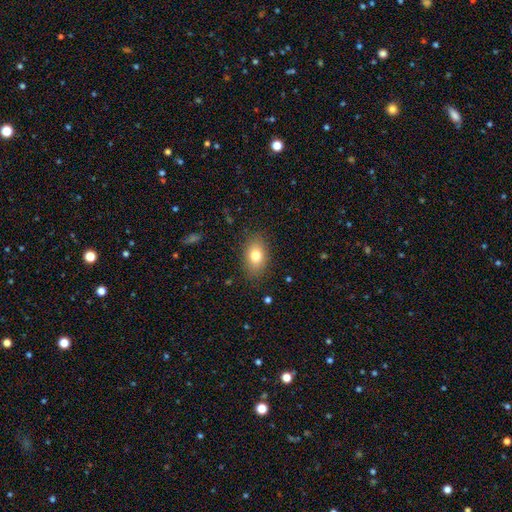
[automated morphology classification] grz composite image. It shows a smooth galaxy with no disk features (79%) that is in between round and cigar-shaped (85%). Merging: none (85%).